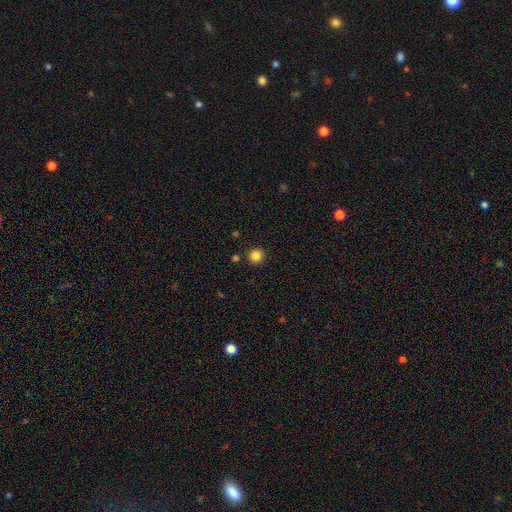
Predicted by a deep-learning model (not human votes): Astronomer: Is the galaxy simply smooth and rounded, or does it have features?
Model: smooth — 84%.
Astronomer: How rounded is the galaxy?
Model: round — 95%.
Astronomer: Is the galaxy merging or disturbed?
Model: none — 91%.